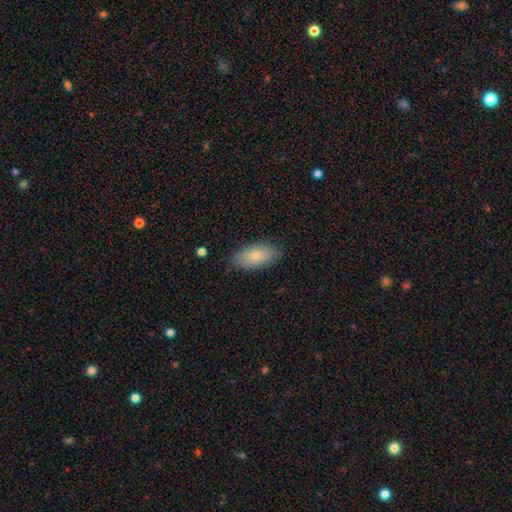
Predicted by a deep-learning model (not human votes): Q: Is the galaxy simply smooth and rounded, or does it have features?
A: smooth — 75%.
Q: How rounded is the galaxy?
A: in between — 91%.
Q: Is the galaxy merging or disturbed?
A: none — 83%.